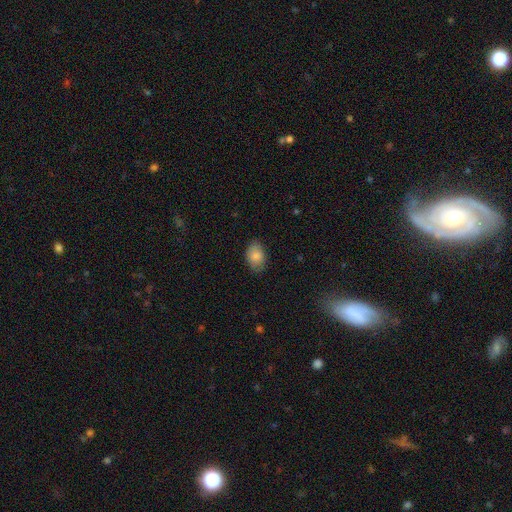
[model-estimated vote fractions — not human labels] This appears to be a smooth galaxy with no disk features (85%) that is in between round and cigar-shaped (85%). Merging: none (80%).